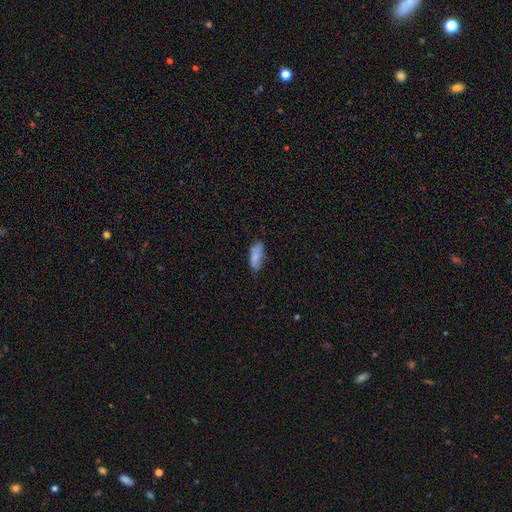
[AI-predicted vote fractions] A smooth galaxy with no disk features (83%) that is in between round and cigar-shaped (79%). Merging: none (66%).